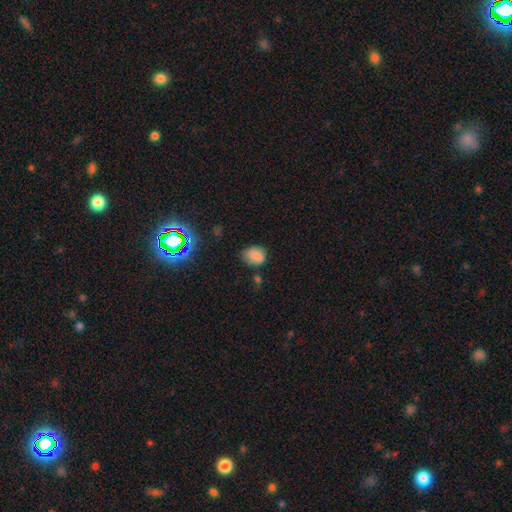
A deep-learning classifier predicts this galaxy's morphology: smooth_or_featured: smooth (p=0.74) [alt: featured or disk p=0.14]
how_rounded: in between (p=0.53) [alt: round p=0.46]
merging: none (p=0.59) [alt: minor disturbance p=0.29]